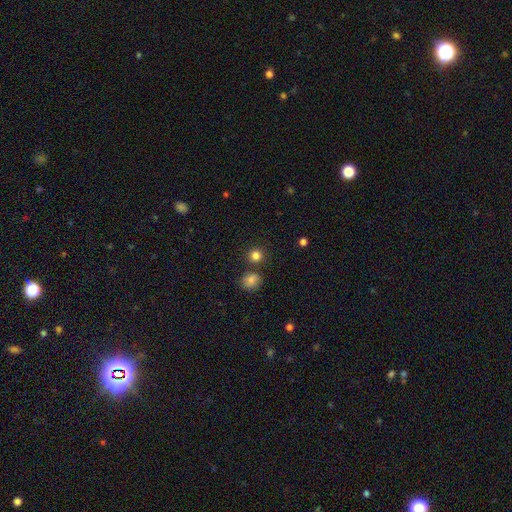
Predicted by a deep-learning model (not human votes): Smooth or featured? smooth (83%)
How rounded? round (90%)
Merging? none (79%)